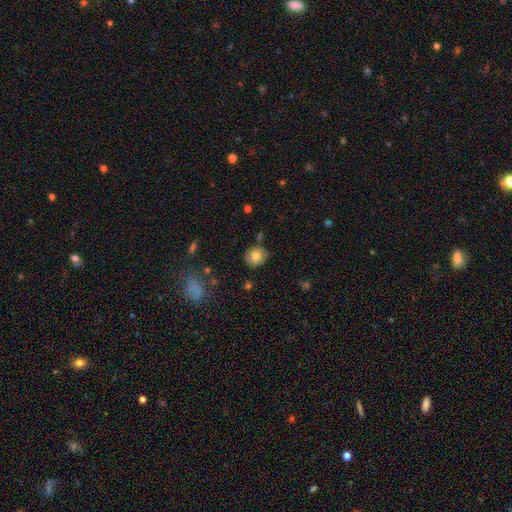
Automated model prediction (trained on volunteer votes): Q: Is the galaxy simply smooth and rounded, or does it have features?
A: smooth — 74%.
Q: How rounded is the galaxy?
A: round — 80%.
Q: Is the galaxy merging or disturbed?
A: none — 83%.